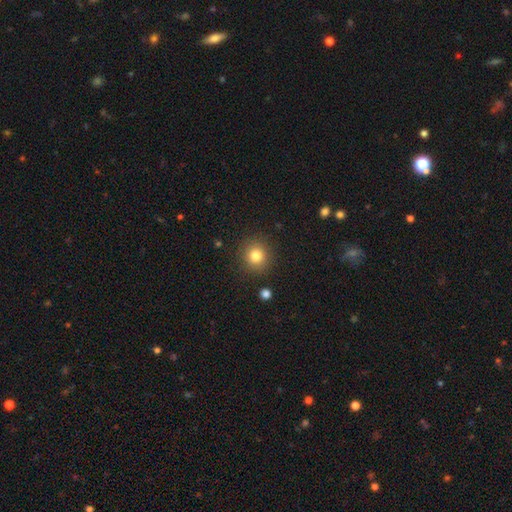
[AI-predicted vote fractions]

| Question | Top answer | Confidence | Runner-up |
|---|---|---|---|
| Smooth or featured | smooth | 80% | star or artifact (12%) |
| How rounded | round | 92% | in between (7%) |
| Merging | none | 89% | minor disturbance (7%) |